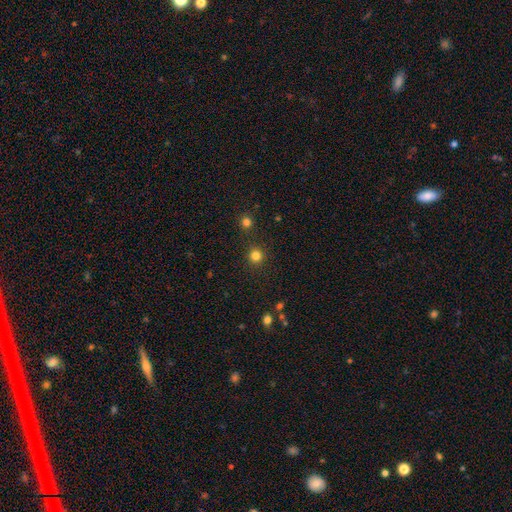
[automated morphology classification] This appears to be a smooth galaxy with no disk features (81%) that is round (94%). Merging: none (90%).